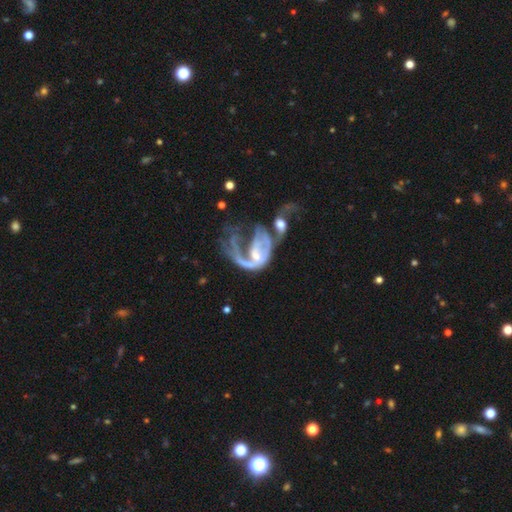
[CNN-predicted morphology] type=featured or disk (75%); edge-on=no (96%); bar=no (61%); spiral arms=yes (65%); bulge=small (43%); merging=merger (52%).